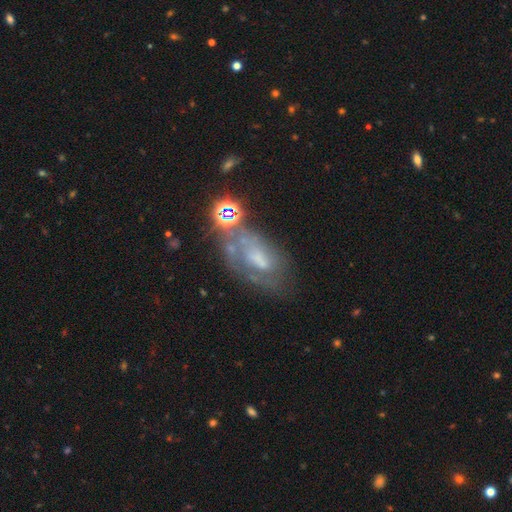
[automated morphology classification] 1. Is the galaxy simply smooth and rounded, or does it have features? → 57% featured or disk, 25% smooth, 18% star or artifact.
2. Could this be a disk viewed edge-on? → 92% no, 8% yes.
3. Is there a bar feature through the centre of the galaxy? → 62% no, 30% weak, 8% strong.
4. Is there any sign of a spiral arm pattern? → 52% yes, 48% no.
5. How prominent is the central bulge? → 34% small, 33% moderate, 25% none, 7% large, 2% dominant.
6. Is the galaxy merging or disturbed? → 45% none, 22% minor disturbance, 21% major disturbance, 12% merger.